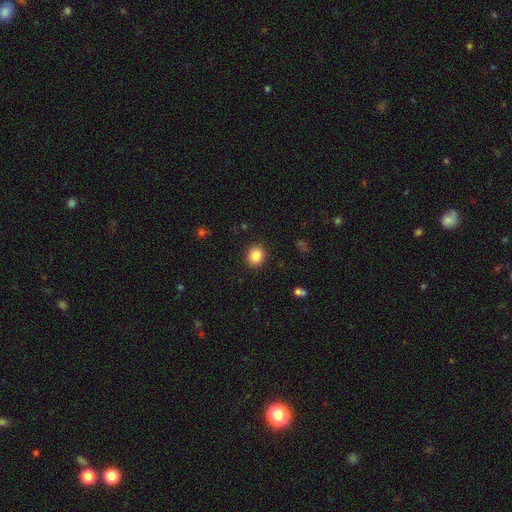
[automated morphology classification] This appears to be a smooth galaxy with no disk features (87%) that is round (69%). Merging: none (90%).